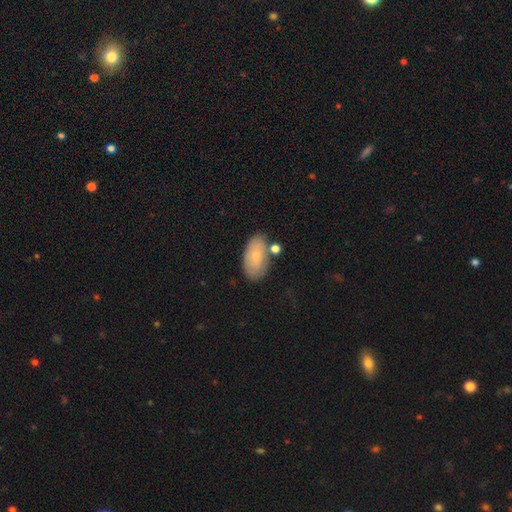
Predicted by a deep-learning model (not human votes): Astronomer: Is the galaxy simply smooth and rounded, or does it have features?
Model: smooth — 70%.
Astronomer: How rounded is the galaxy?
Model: in between — 93%.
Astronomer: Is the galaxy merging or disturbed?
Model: none — 70%.